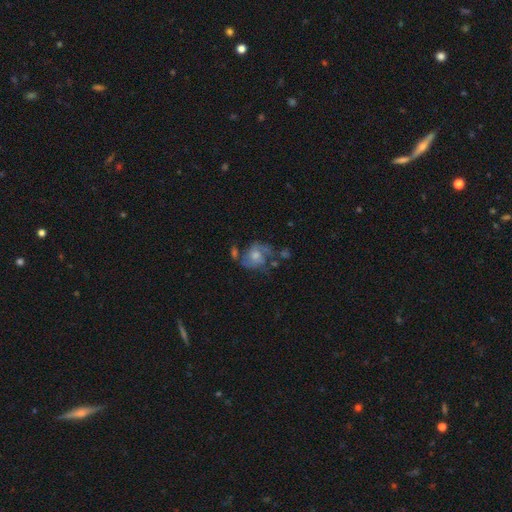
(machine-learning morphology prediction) Smooth or featured?
  - featured or disk: 60% *
  - smooth: 31%
  - star or artifact: 8%
Edge-on disk?
  - no: 97% *
  - yes: 3%
Bar?
  - no: 75% *
  - weak: 21%
  - strong: 4%
Spiral arms?
  - yes: 73% *
  - no: 27%
Bulge size?
  - moderate: 52% *
  - small: 29%
  - large: 10%
  - none: 7%
  - dominant: 2%
Merging?
  - none: 39% *
  - major disturbance: 24%
  - minor disturbance: 24%
  - merger: 14%